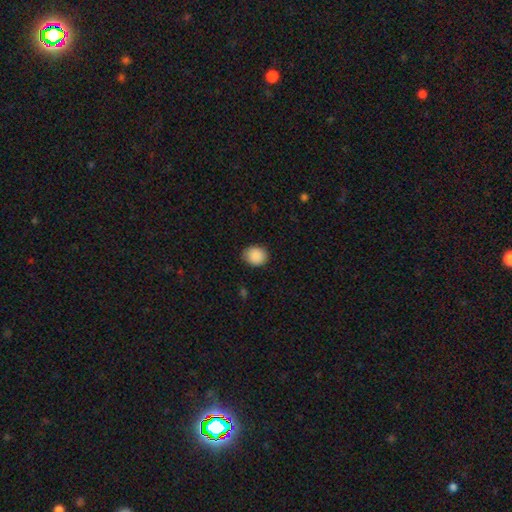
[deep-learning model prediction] smooth_or_featured: smooth (p=0.90) [alt: star or artifact p=0.08]
how_rounded: round (p=0.66) [alt: in between p=0.34]
merging: none (p=0.83) [alt: minor disturbance p=0.13]